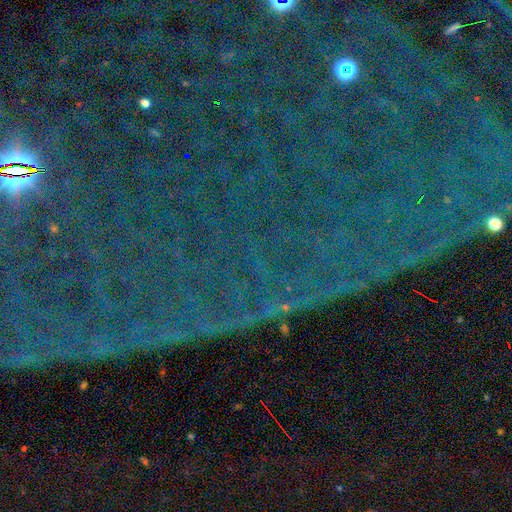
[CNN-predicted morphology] The model was most divided on "smooth or featured": star or artifact: 86%, featured or disk: 7%, smooth: 7%.